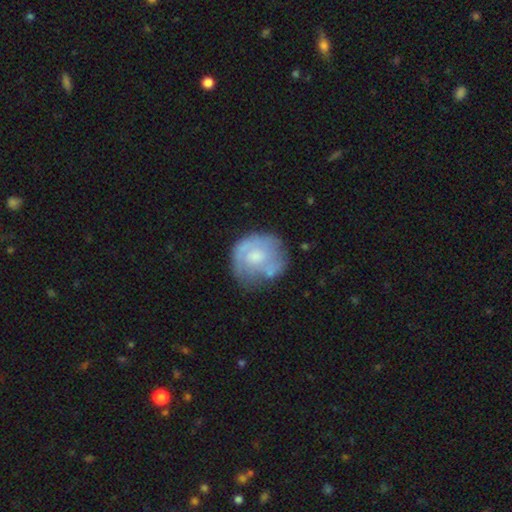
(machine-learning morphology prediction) The model was most divided on "smooth or featured": featured or disk: 53%, smooth: 41%, star or artifact: 6%. Remaining: edge-on disk — no (97%); bar — no (75%); spiral arms — yes (56%); merging — none (55%); bulge size — moderate (50%).